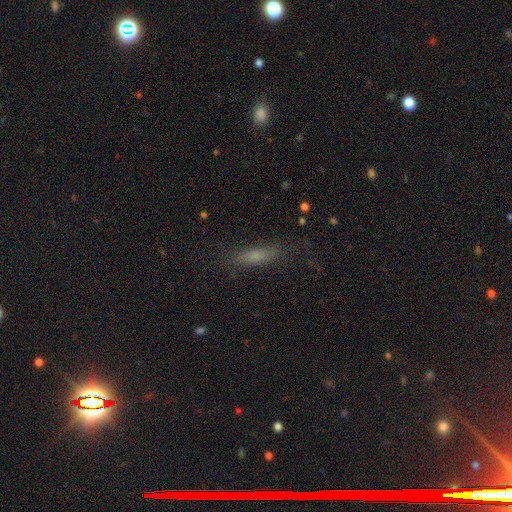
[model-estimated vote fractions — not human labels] Morphology: type=smooth (64%); roundness=cigar-shaped (74%); merging=none (76%).